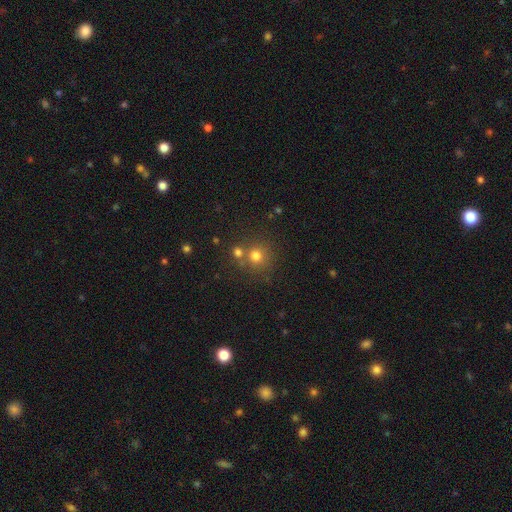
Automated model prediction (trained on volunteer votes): This is likely a smooth galaxy (64%). How rounded: clearly round (92%). Merging: likely none (67%).